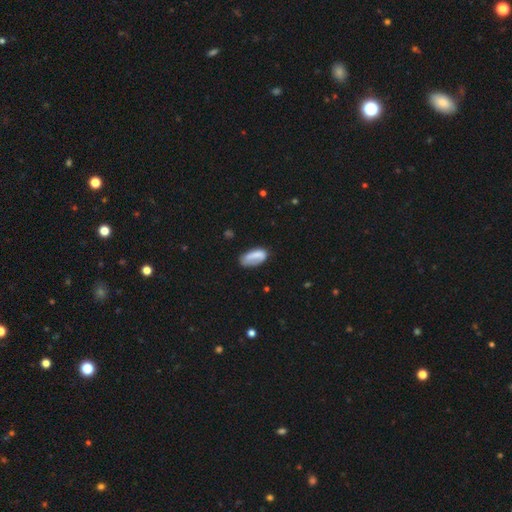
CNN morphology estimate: Smooth or featured? Predicted: smooth (p=0.74). How rounded? Predicted: in between (p=0.88). Merging? Predicted: none (p=0.59).